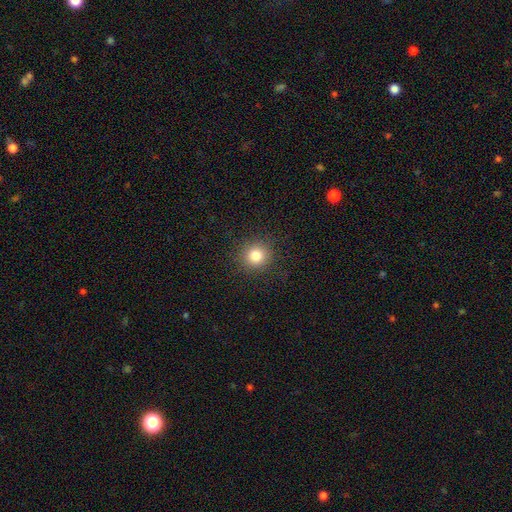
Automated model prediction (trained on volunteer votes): The model was most divided on "smooth or featured": smooth: 82%, star or artifact: 12%, featured or disk: 6%. More confident: how rounded — round (92%); merging — none (91%).